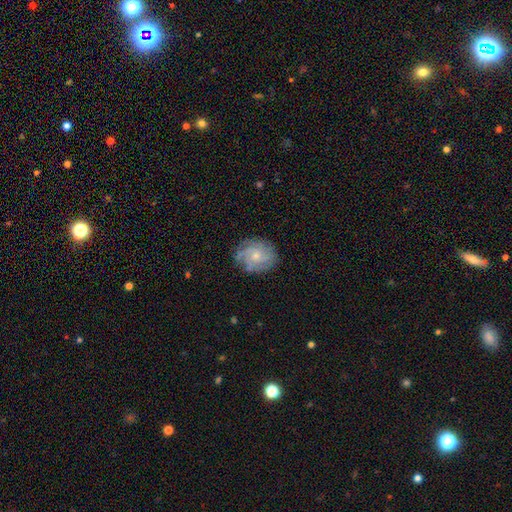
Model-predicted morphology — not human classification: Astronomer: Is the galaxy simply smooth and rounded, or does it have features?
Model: featured or disk — 64%.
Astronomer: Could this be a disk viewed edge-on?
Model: no — 97%.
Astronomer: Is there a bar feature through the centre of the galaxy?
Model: no — 78%.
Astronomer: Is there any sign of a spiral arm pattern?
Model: yes — 87%.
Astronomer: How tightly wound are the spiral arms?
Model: tight — 51% (runner-up: medium, 34%).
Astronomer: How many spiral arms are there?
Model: can't tell — 43%.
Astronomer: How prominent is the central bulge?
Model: small — 62%.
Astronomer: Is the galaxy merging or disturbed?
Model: none — 74%.